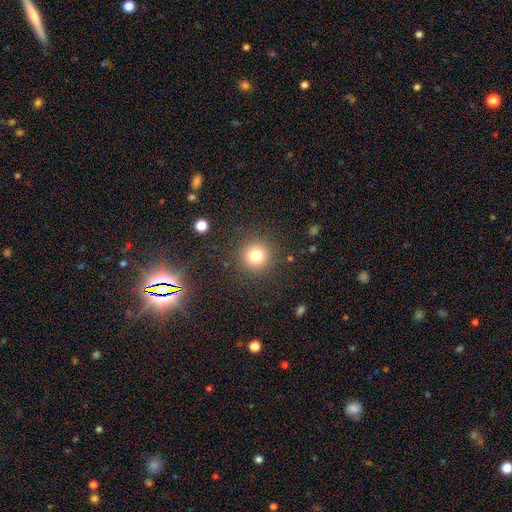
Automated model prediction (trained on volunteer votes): Smooth or featured? Predicted: smooth (p=0.78). How rounded? Predicted: round (p=0.95). Merging? Predicted: none (p=0.88).